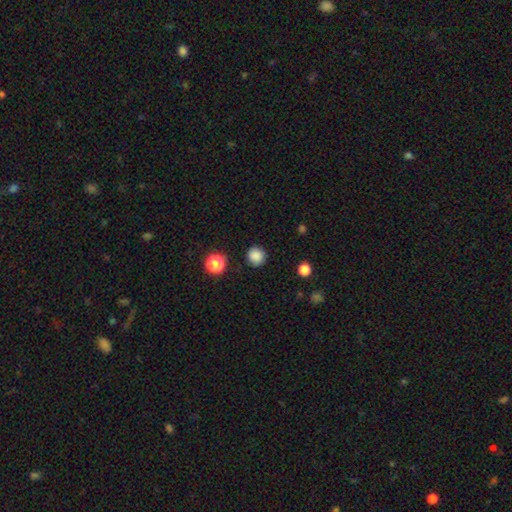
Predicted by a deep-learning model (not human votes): Smooth or featured? smooth (85%)
How rounded? round (93%)
Merging? none (89%)